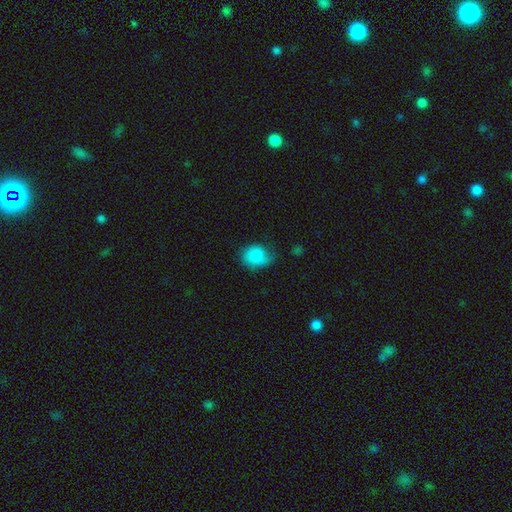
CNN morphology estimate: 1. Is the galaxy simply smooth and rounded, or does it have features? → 83% smooth, 9% featured or disk, 8% star or artifact.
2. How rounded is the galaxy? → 53% round, 46% in between, 1% cigar-shaped.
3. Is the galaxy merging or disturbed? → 49% none, 37% minor disturbance, 12% major disturbance, 2% merger.